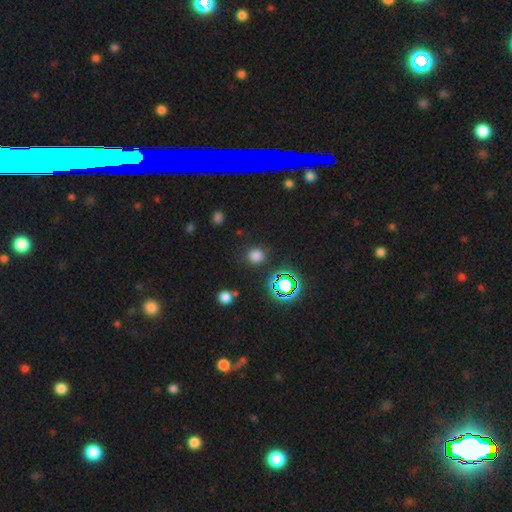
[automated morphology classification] Q: Smooth or featured?
A: smooth (70%); runner-up: star or artifact (25%)
Q: How rounded?
A: round (82%); runner-up: in between (17%)
Q: Merging?
A: none (85%); runner-up: minor disturbance (9%)